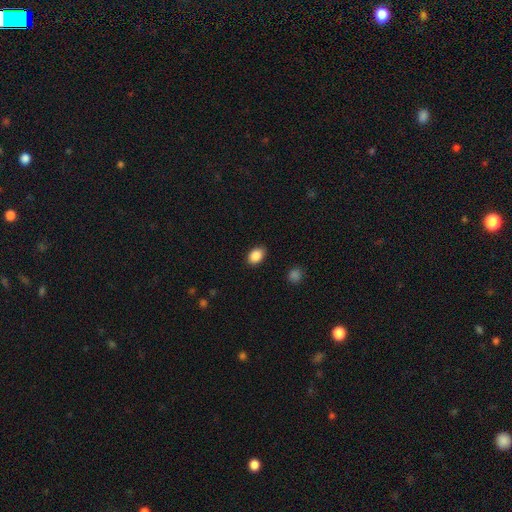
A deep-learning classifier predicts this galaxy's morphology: Overall: smooth (88%). How rounded: in between (79%). Merging: none (87%).